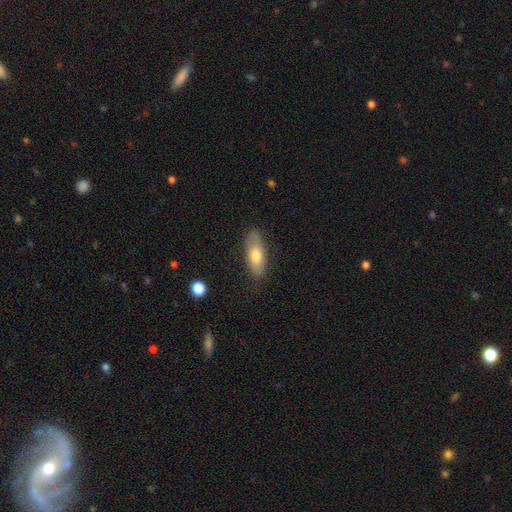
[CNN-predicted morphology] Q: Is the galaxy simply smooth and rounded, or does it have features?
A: smooth — 71%.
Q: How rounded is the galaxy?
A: in between — 73%.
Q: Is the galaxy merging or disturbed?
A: none — 79%.